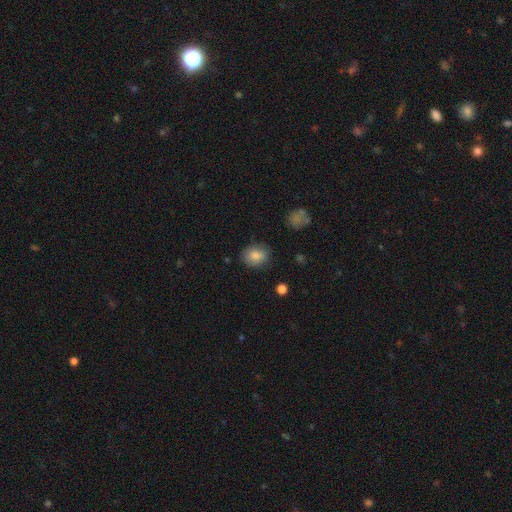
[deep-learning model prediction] A smooth galaxy with no disk features (84%) that is round (52%). Merging: none (81%).